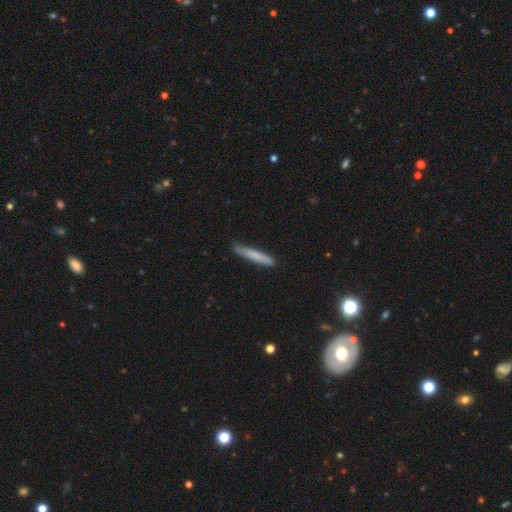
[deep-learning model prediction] Morphology: type=smooth (74%); roundness=cigar-shaped (94%); merging=none (85%).